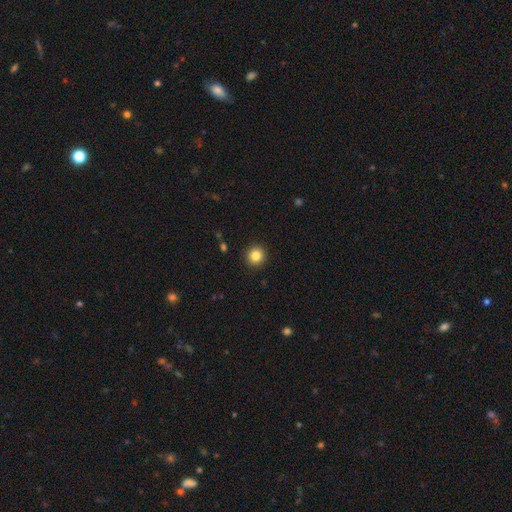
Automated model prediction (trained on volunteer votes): smooth-or-featured: smooth: 84% | star or artifact: 10% | featured or disk: 5%
  how-rounded: round: 94% | in between: 5% | cigar-shaped: 1%
  merging: none: 92% | minor disturbance: 5% | major disturbance: 2% | merger: 1%